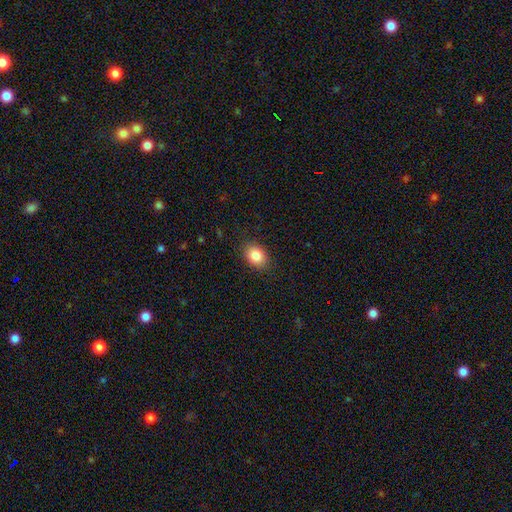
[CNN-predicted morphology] A smooth galaxy with no disk features (86%) that is in between round and cigar-shaped (67%). Merging: none (87%).